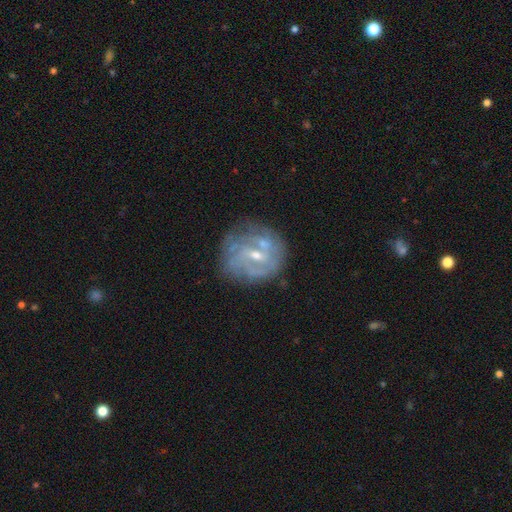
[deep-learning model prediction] This is likely a featured or disk galaxy (76%). It is clearly not viewed edge-on (97%). Bar: possibly weak (54%). Spiral arm pattern: likely yes (77%). Spiral arm count: marginally can't tell (44%). Spiral winding: possibly tight (54%). Central bulge: possibly small (55%). Merging: likely none (63%).